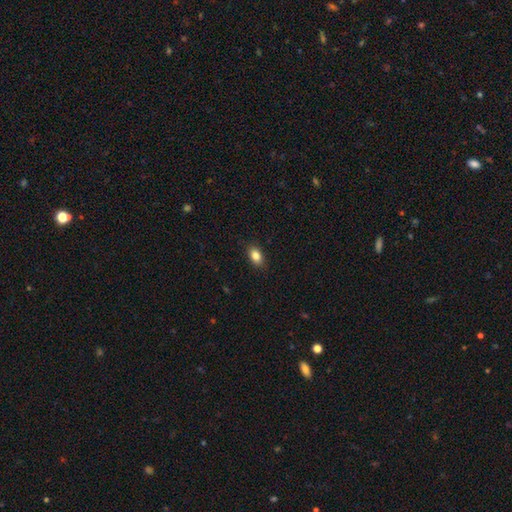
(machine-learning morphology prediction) type=smooth (85%); roundness=in between (86%); merging=none (88%).